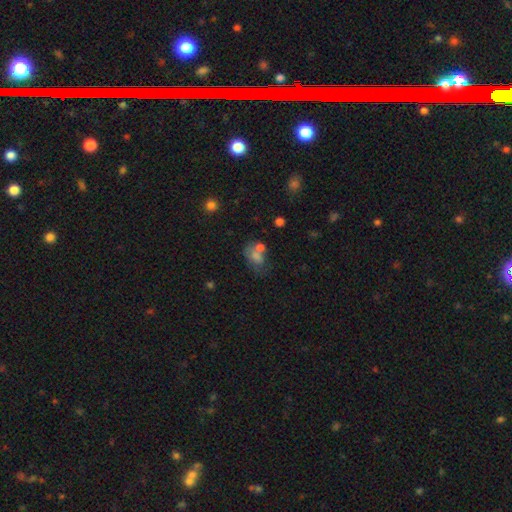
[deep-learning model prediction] Smooth or featured: smooth — 62% (featured or disk — 21%)
How rounded: in between — 72% (round — 26%)
Merging: merger — 36% (none — 31%)